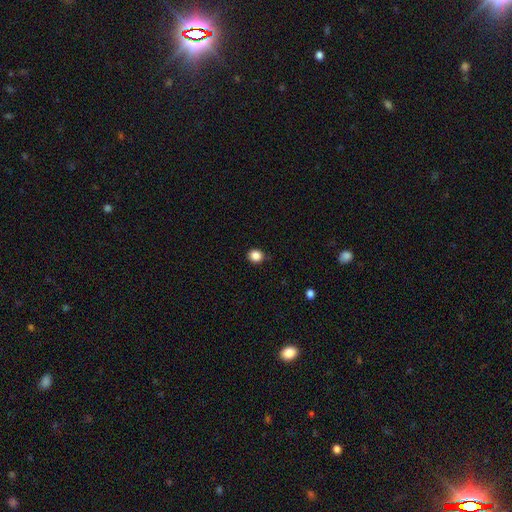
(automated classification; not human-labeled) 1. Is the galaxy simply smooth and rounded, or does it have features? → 86% smooth, 11% star or artifact, 3% featured or disk.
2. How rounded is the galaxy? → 84% round, 15% in between, 1% cigar-shaped.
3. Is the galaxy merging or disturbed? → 89% none, 8% minor disturbance, 2% major disturbance, 1% merger.